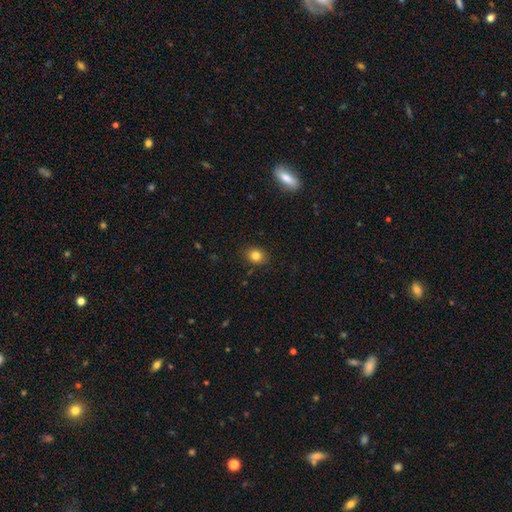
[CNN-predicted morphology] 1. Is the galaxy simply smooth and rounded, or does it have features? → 82% smooth, 11% star or artifact, 7% featured or disk.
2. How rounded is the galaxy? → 55% round, 44% in between, 1% cigar-shaped.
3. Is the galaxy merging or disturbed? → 87% none, 9% minor disturbance, 2% major disturbance, 1% merger.